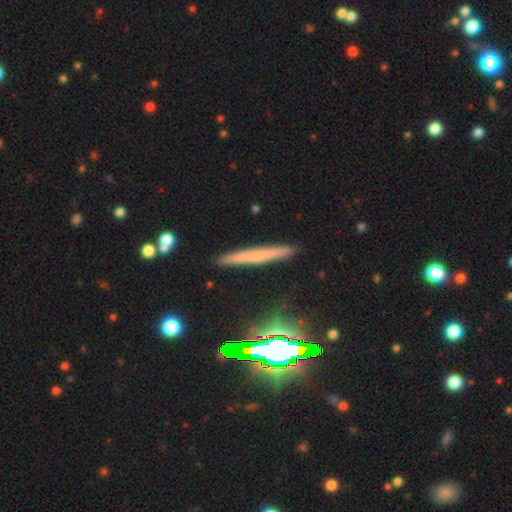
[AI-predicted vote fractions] The model was most divided on "smooth or featured": smooth: 51%, featured or disk: 35%, star or artifact: 14%. More confident: how rounded — cigar-shaped (95%); merging — none (90%).